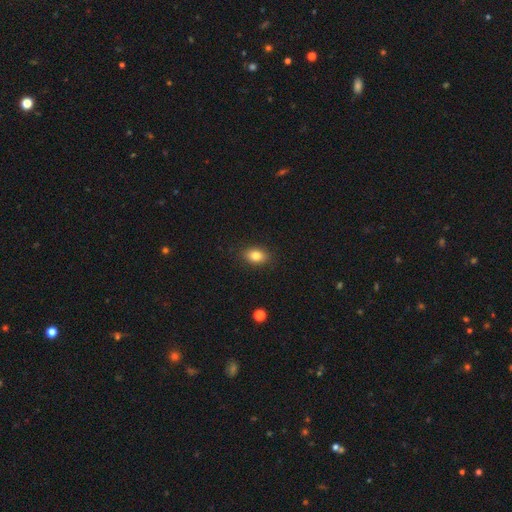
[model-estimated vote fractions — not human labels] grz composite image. It shows a smooth galaxy with no disk features (82%) that is in between round and cigar-shaped (79%). Merging: none (89%).